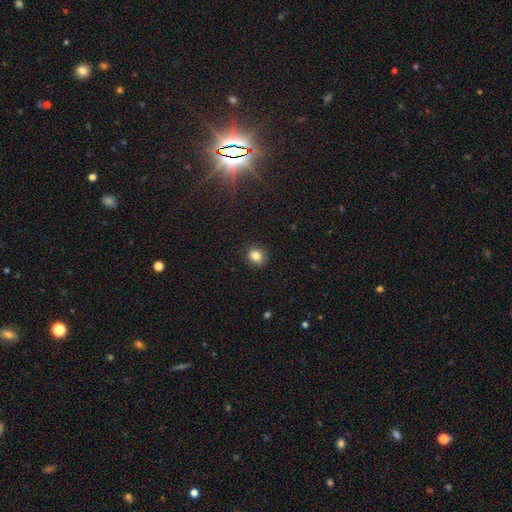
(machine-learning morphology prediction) Overall: smooth (84%). How rounded: round (69%; in between 30%). Merging: none (88%).